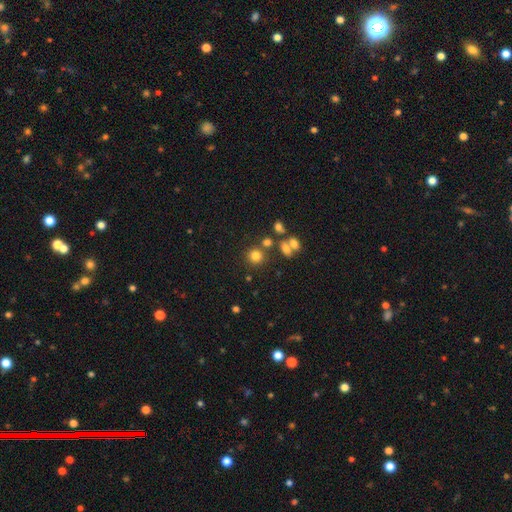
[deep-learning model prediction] smooth_or_featured: smooth (p=0.75) [alt: star or artifact p=0.16]
how_rounded: round (p=0.88) [alt: in between p=0.11]
merging: none (p=0.73) [alt: merger p=0.13]